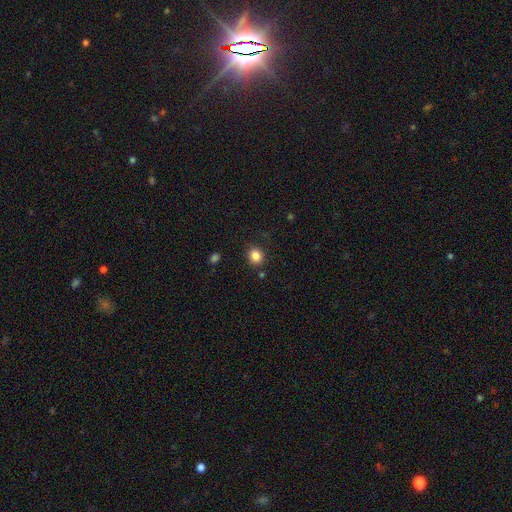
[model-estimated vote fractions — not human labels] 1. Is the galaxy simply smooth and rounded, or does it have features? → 85% smooth, 11% star or artifact, 5% featured or disk.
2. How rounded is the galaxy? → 78% round, 21% in between, 1% cigar-shaped.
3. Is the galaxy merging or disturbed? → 87% none, 8% minor disturbance, 3% major disturbance, 2% merger.